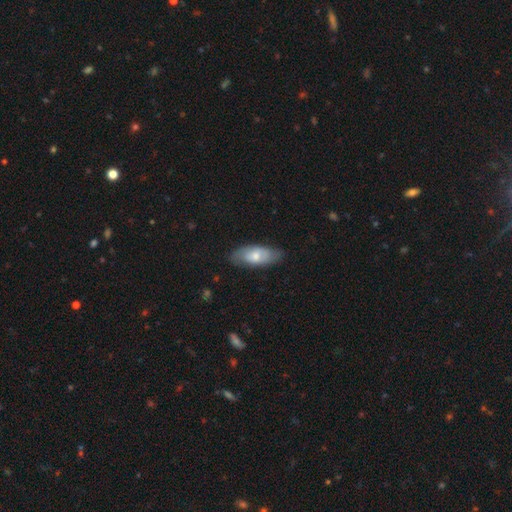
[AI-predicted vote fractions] This appears to be a smooth galaxy with no disk features (60%) that is in between round and cigar-shaped (85%). Merging: none (76%).